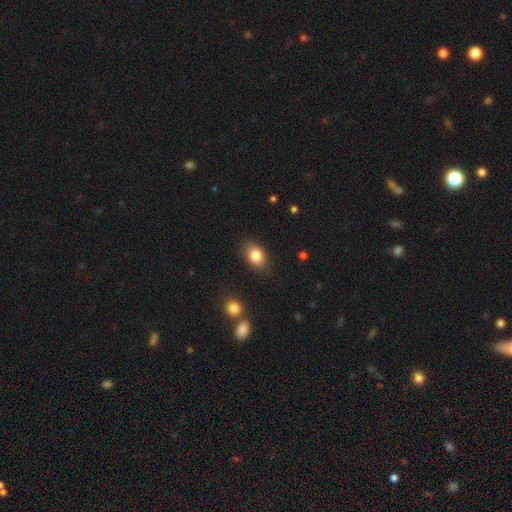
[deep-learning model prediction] Overall: smooth (83%). How rounded: in between (77%). Merging: none (83%).